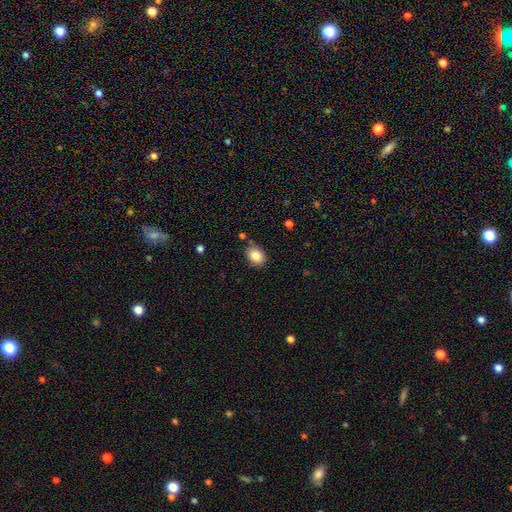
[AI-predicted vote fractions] A smooth galaxy with no disk features (85%) that is in between round and cigar-shaped (63%).

Vote fractions:
- Smooth or featured? smooth: 85% / star or artifact: 9% / featured or disk: 7%
- How rounded? in between: 63% / round: 36% / cigar-shaped: 1%
- Merging? none: 79% / minor disturbance: 14% / merger: 4% / major disturbance: 3%